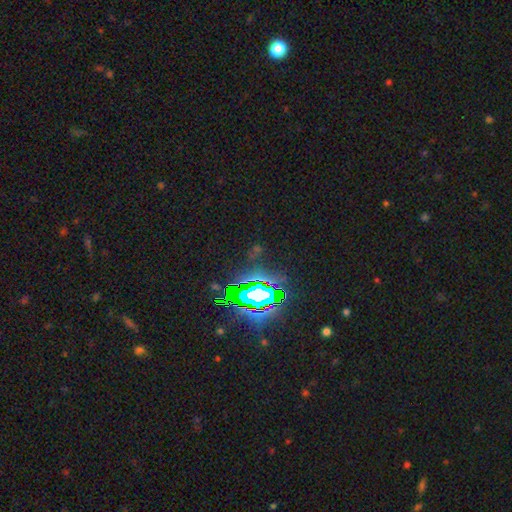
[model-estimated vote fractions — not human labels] Smooth or featured? star or artifact (77%)